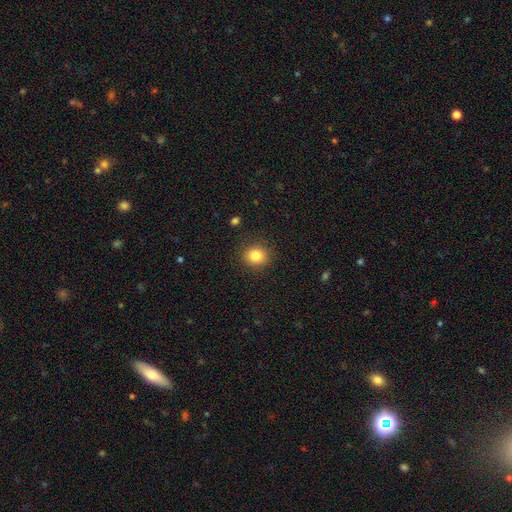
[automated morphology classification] smooth_or_featured: smooth (p=0.83) [alt: star or artifact p=0.11]
how_rounded: round (p=0.85) [alt: in between p=0.14]
merging: none (p=0.90) [alt: minor disturbance p=0.07]